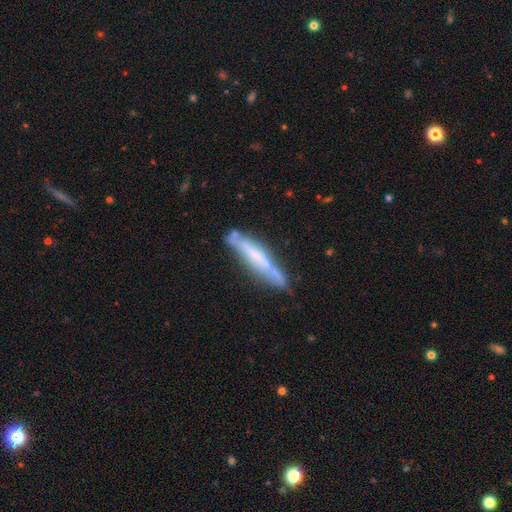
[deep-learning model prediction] smooth_or_featured: featured or disk (p=0.54) [alt: smooth p=0.39]
disk_edge_on: yes (p=0.80) [alt: no p=0.20]
merging: none (p=0.68) [alt: minor disturbance p=0.21]